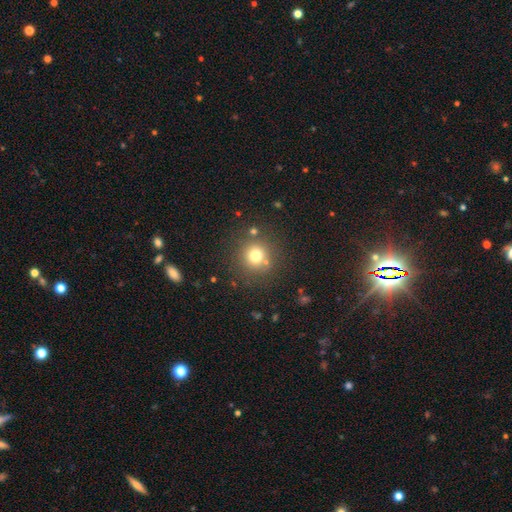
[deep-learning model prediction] A smooth galaxy with no disk features (74%) that is round (94%).

Vote fractions:
- Smooth or featured? smooth: 74% / star or artifact: 16% / featured or disk: 10%
- How rounded? round: 94% / in between: 5% / cigar-shaped: 1%
- Merging? none: 82% / minor disturbance: 8% / merger: 6% / major disturbance: 4%